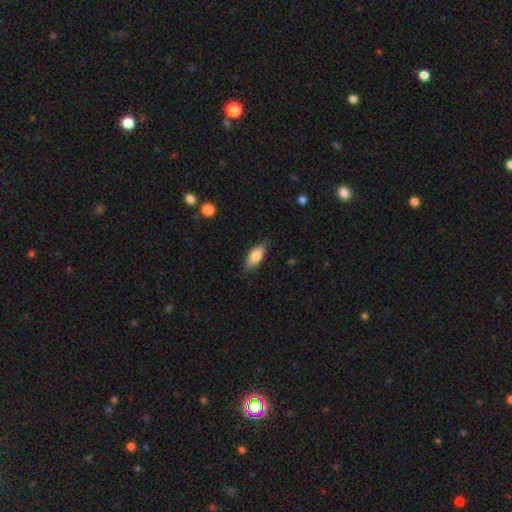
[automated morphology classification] The model was most divided on "how rounded": in between: 81%, cigar-shaped: 17%, round: 3%. More confident: merging — none (81%); smooth or featured — smooth (80%).